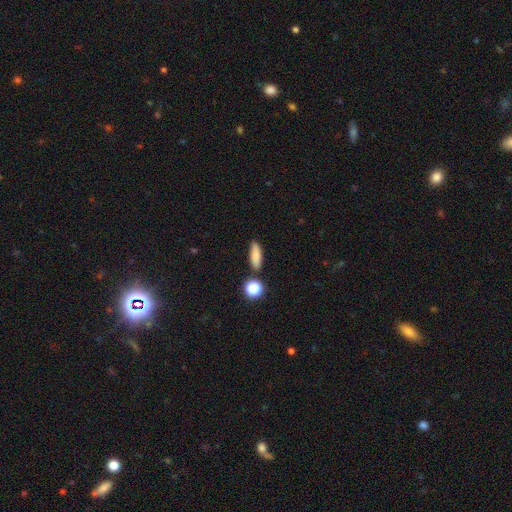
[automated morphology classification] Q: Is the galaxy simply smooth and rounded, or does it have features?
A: smooth — 81%.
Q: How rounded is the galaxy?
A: in between — 57%.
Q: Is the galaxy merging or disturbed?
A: none — 81%.